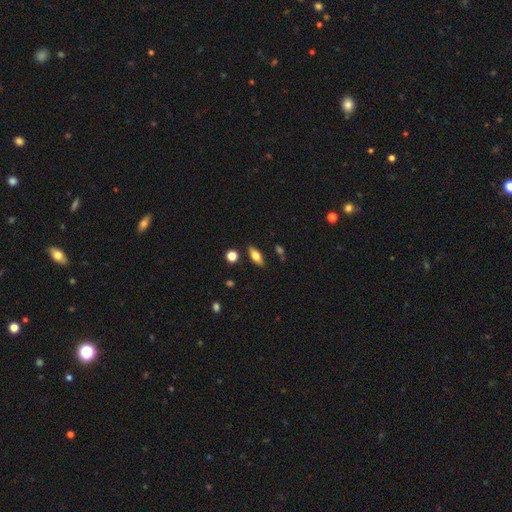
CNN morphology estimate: This is likely a smooth galaxy (63%). How rounded: likely in between (78%). Merging: clearly none (84%).